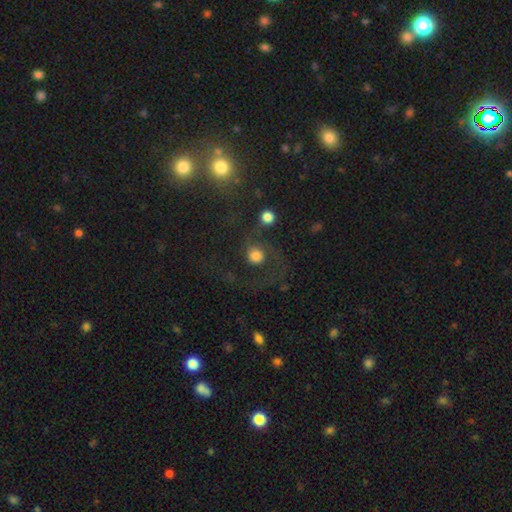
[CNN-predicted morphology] smooth-or-featured: smooth: 52% | featured or disk: 36% | star or artifact: 12%
  how-rounded: round: 86% | in between: 12% | cigar-shaped: 1%
  merging: none: 43% | major disturbance: 28% | minor disturbance: 15% | merger: 14%